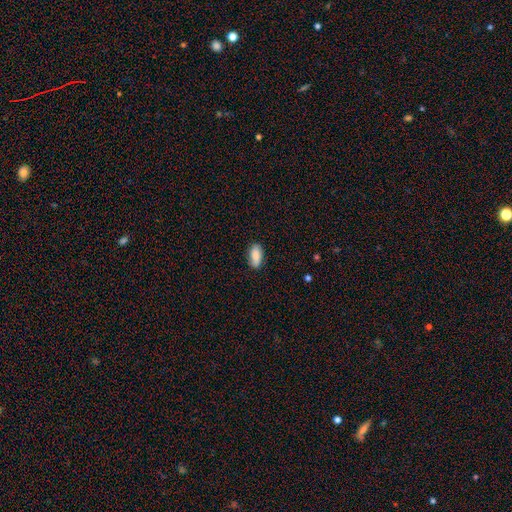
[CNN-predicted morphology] Smooth or featured: smooth — 86% (featured or disk — 8%)
How rounded: in between — 89% (cigar-shaped — 8%)
Merging: none — 83% (minor disturbance — 13%)